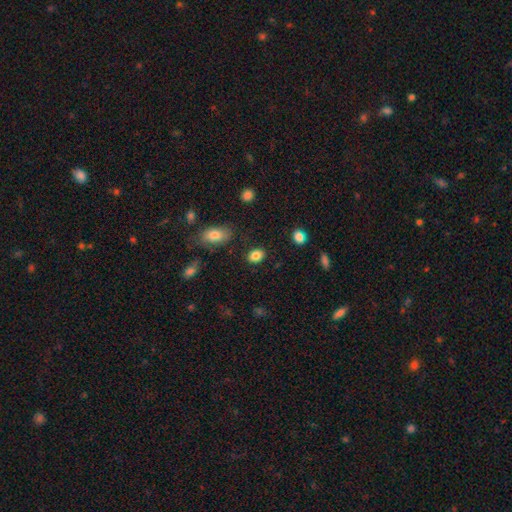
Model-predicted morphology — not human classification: Overall: smooth (84%). How rounded: in between (73%). Merging: none (85%).